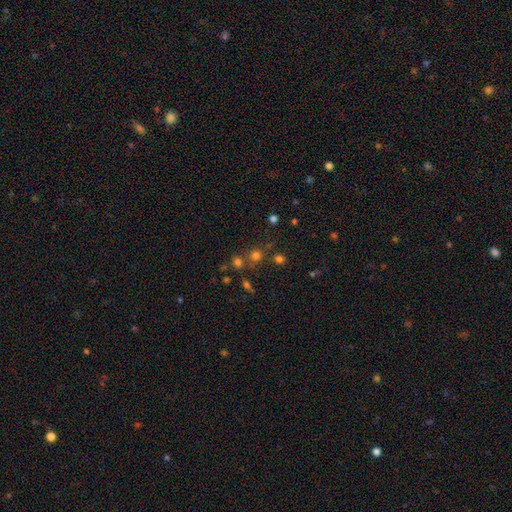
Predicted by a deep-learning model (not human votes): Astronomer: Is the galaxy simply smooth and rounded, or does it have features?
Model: smooth — 60%.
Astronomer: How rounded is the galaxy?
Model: round — 88%.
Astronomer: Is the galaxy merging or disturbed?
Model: none — 66%.